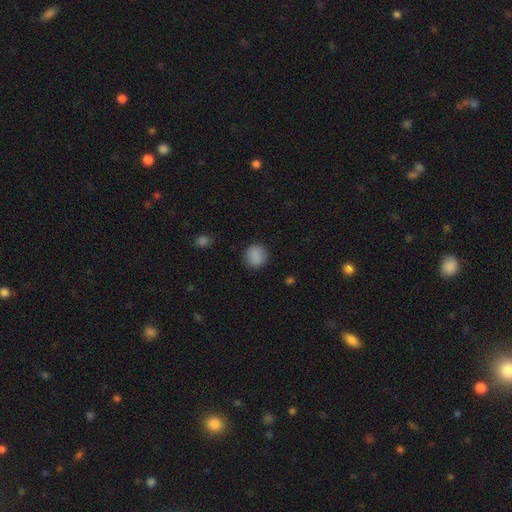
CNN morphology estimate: A smooth galaxy with no disk features (88%) that is round (88%). Merging: none (89%).